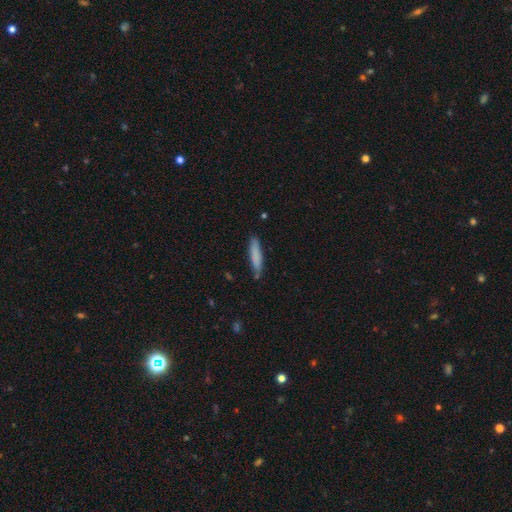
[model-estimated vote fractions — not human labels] A smooth galaxy with no disk features (81%) that is cigar-shaped (85%).

Vote fractions:
- Smooth or featured? smooth: 81% / featured or disk: 13% / star or artifact: 6%
- How rounded? cigar-shaped: 85% / in between: 14% / round: 1%
- Merging? none: 81% / minor disturbance: 14% / major disturbance: 2% / merger: 2%